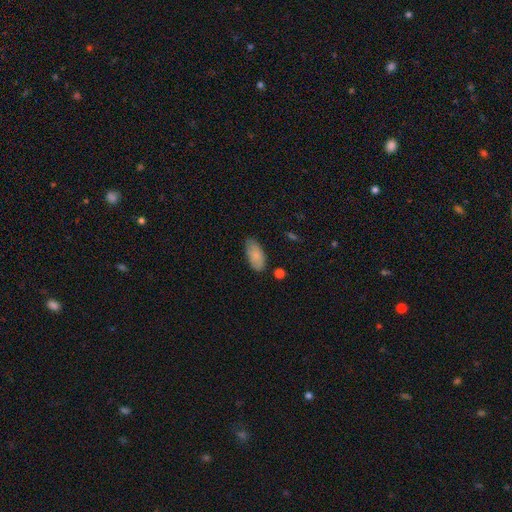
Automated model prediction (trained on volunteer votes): smooth-or-featured: smooth: 85% | featured or disk: 9% | star or artifact: 6%
  how-rounded: in between: 92% | cigar-shaped: 6% | round: 2%
  merging: none: 74% | minor disturbance: 20% | major disturbance: 4% | merger: 2%